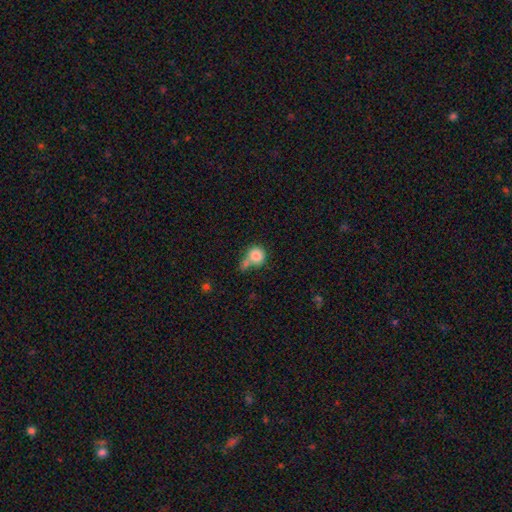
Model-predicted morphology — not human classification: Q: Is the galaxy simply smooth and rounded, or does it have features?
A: smooth — 83%.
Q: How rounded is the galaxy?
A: round — 83%.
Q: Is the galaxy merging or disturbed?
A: none — 39%.